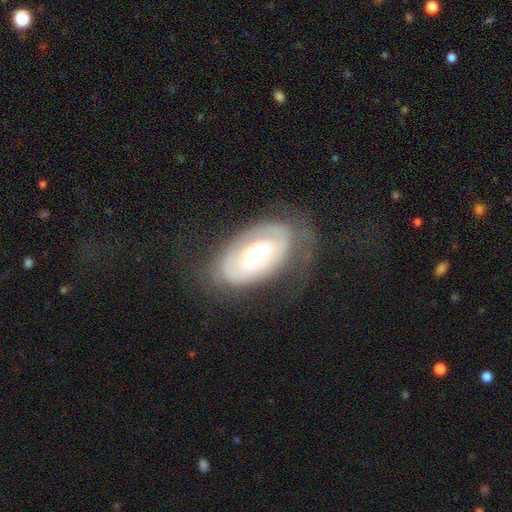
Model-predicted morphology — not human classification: Smooth or featured?
  - featured or disk: 65% *
  - smooth: 29%
  - star or artifact: 6%
Edge-on disk?
  - no: 92% *
  - yes: 8%
Bar?
  - no: 74% *
  - weak: 19%
  - strong: 7%
Spiral arms?
  - yes: 54% *
  - no: 46%
Bulge size?
  - moderate: 58% *
  - small: 32%
  - large: 7%
  - dominant: 1%
  - none: 1%
Merging?
  - none: 57% *
  - minor disturbance: 24%
  - major disturbance: 18%
  - merger: 2%